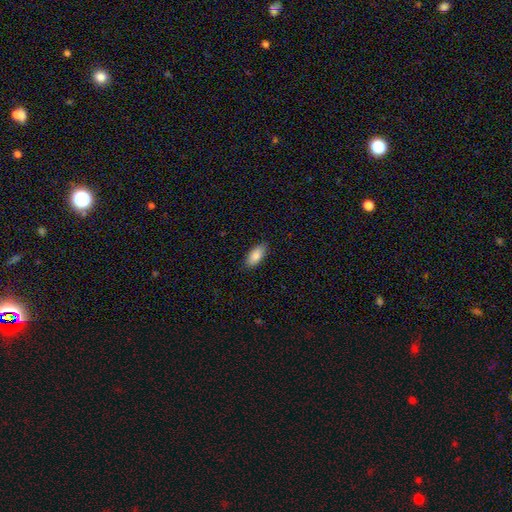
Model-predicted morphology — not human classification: Smooth or featured? smooth (86%)
How rounded? in between (90%)
Merging? none (87%)